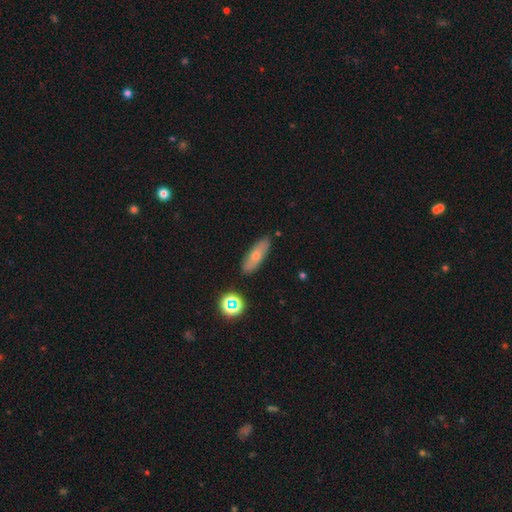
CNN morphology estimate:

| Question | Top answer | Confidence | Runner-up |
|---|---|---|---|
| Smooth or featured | smooth | 65% | featured or disk (25%) |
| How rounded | in between | 49% | cigar-shaped (48%) |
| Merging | none | 85% | minor disturbance (11%) |